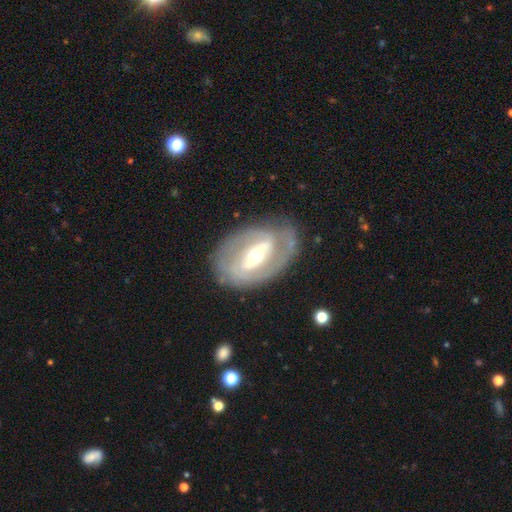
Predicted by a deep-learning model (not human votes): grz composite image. It shows a featured or disk galaxy (82%) with a strong bar (60%), 2 (71%) tight (47%) spiral arms (75%) and a moderate central bulge (65%). Merging: none (74%).